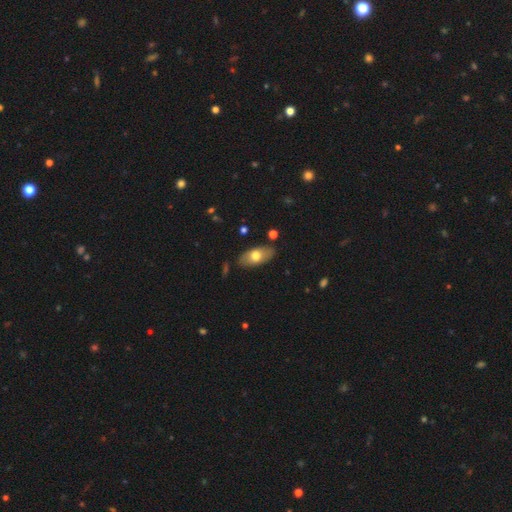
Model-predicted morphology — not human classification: The model was most divided on "smooth or featured": smooth: 67%, featured or disk: 27%, star or artifact: 6%. More confident: how rounded — in between (90%); merging — none (85%).